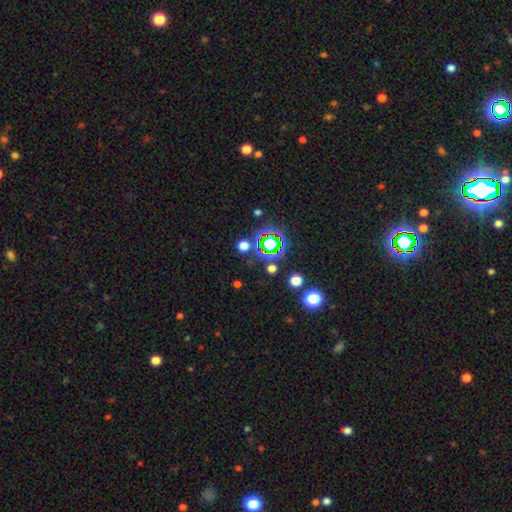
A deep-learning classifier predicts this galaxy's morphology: Smooth or featured? star or artifact (76%)